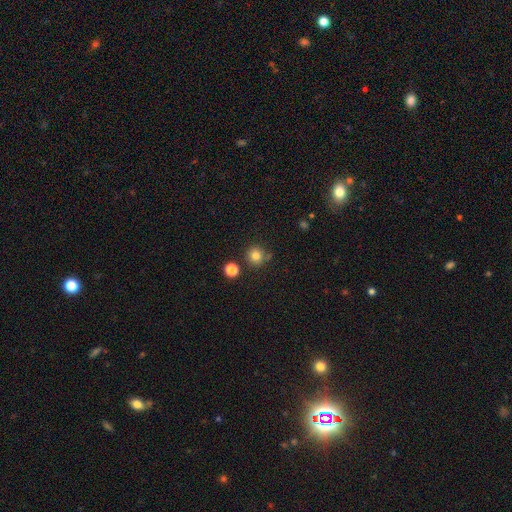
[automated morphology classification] smooth_or_featured: smooth (p=0.81) [alt: star or artifact p=0.13]
how_rounded: round (p=0.93) [alt: in between p=0.06]
merging: none (p=0.77) [alt: minor disturbance p=0.11]